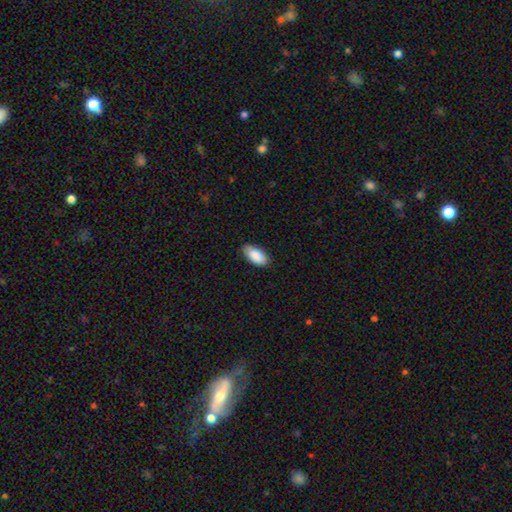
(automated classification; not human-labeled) This appears to be a smooth galaxy with no disk features (89%) that is in between round and cigar-shaped (93%). Merging: none (84%).